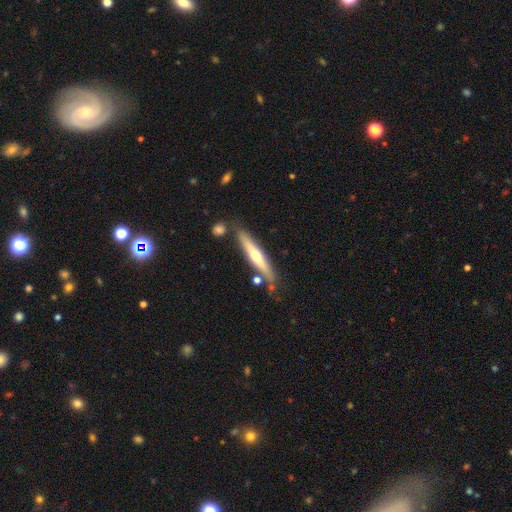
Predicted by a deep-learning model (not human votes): A featured or disk galaxy (60%) viewed edge-on (93%) with a rounded central bulge (86%). Merging: none (79%).